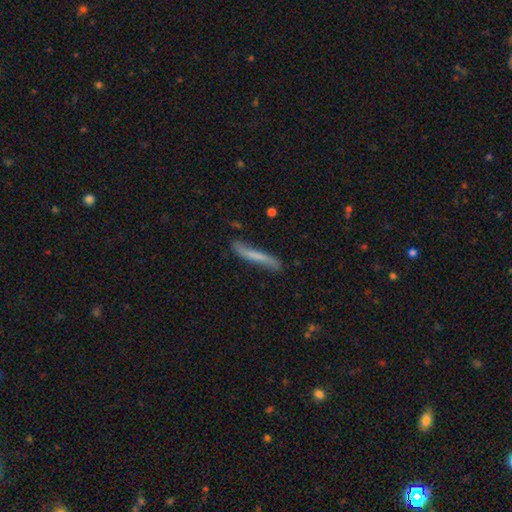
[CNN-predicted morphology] type=smooth (53%); roundness=cigar-shaped (94%); merging=none (68%).